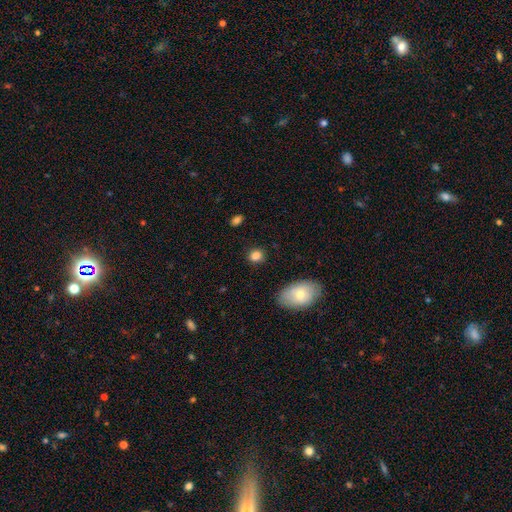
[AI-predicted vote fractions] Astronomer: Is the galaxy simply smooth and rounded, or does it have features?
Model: smooth — 84%.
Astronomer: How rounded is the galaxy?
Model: round — 67%.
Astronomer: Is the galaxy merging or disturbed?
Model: none — 84%.